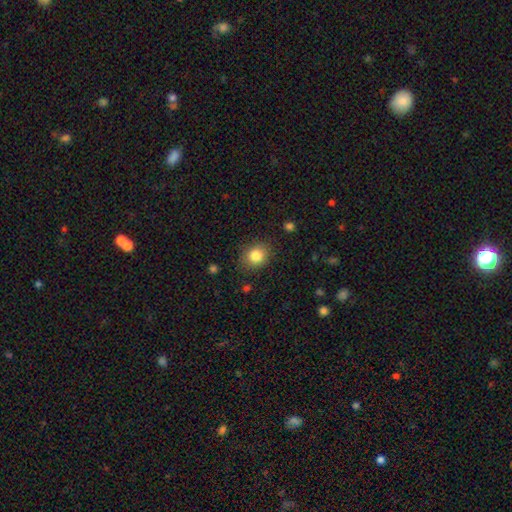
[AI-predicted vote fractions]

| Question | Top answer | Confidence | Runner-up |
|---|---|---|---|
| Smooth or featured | smooth | 84% | star or artifact (10%) |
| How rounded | round | 60% | in between (39%) |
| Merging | none | 84% | minor disturbance (12%) |